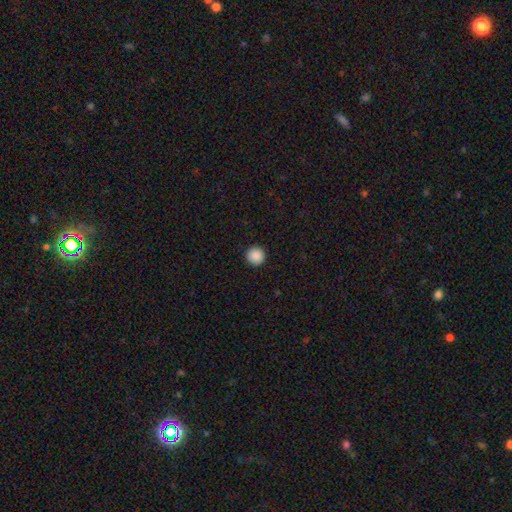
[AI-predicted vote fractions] This appears to be a smooth galaxy with no disk features (89%) that is round (96%). Merging: none (94%).